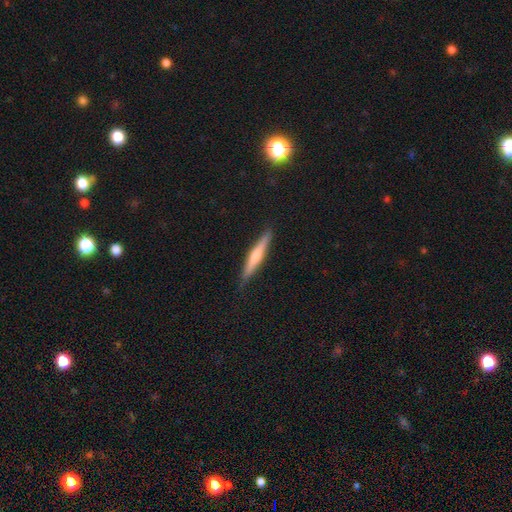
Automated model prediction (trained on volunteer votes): featured or disk 53%, smooth 40%, star or artifact 7%. Down the decision tree: edge-on disk — yes (96%); edge-on bulge — rounded (63%); merging — none (88%).